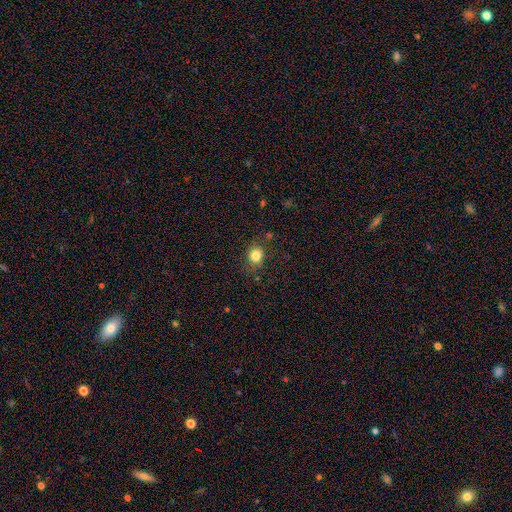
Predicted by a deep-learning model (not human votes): Smooth or featured: smooth — 82% (star or artifact — 11%)
How rounded: round — 71% (in between — 28%)
Merging: none — 81% (minor disturbance — 12%)